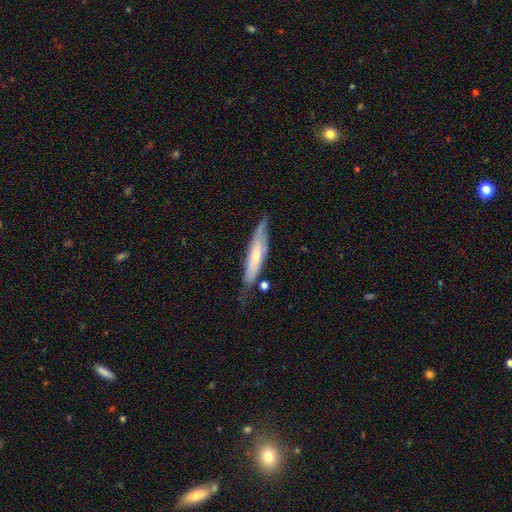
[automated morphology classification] This appears to be a featured or disk galaxy (51%) viewed edge-on (52%). Merging: none (56%).